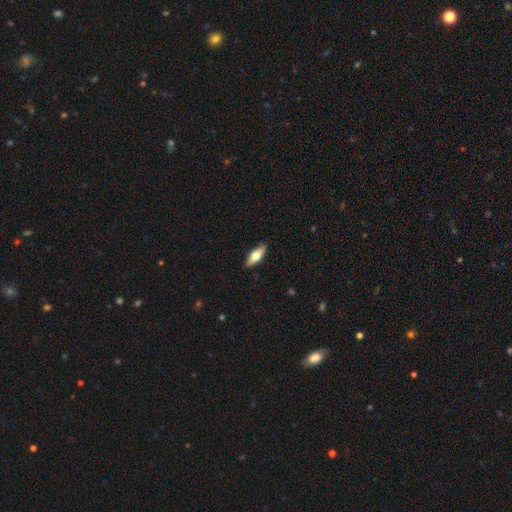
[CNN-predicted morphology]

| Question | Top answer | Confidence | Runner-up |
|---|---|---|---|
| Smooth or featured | smooth | 56% | featured or disk (38%) |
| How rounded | in between | 60% | cigar-shaped (37%) |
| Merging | none | 89% | minor disturbance (8%) |